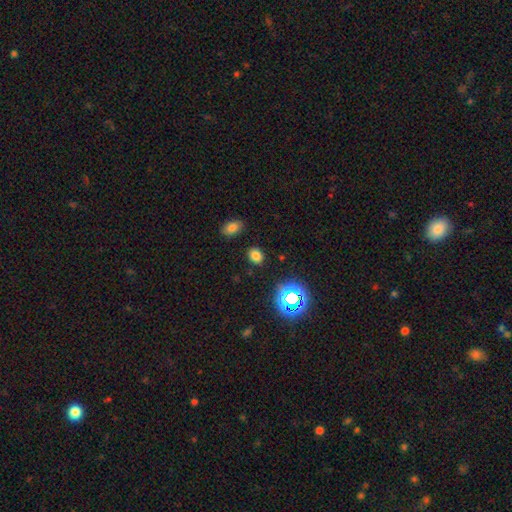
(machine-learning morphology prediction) smooth-or-featured: smooth: 74% | star or artifact: 21% | featured or disk: 5%
  how-rounded: round: 51% | in between: 48% | cigar-shaped: 1%
  merging: none: 86% | minor disturbance: 8% | major disturbance: 3% | merger: 2%